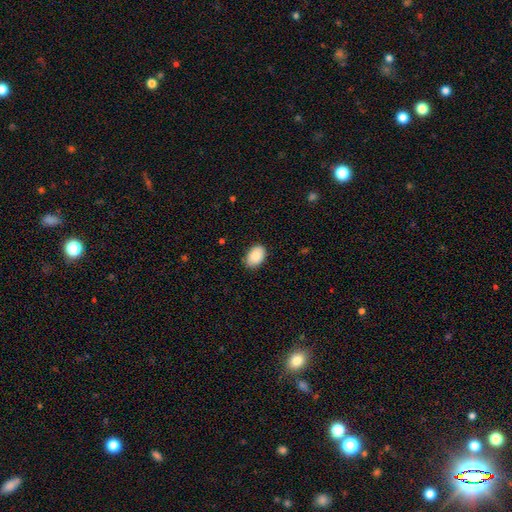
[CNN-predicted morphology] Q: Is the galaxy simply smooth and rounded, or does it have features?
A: smooth — 88%.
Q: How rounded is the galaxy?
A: in between — 86%.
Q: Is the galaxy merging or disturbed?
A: none — 82%.